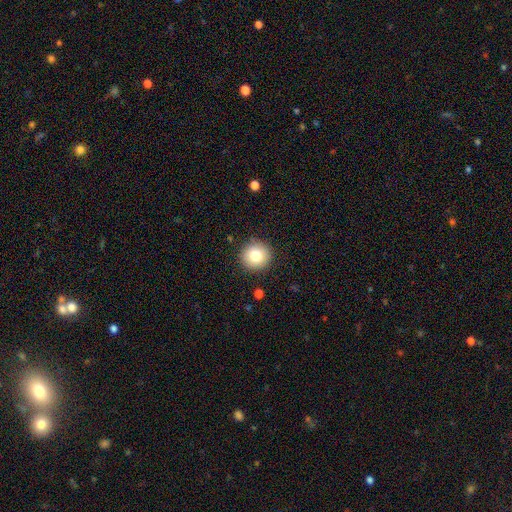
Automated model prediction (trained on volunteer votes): smooth 79%, featured or disk 11%, star or artifact 10%. Down the decision tree: how rounded — round (94%); merging — none (90%).